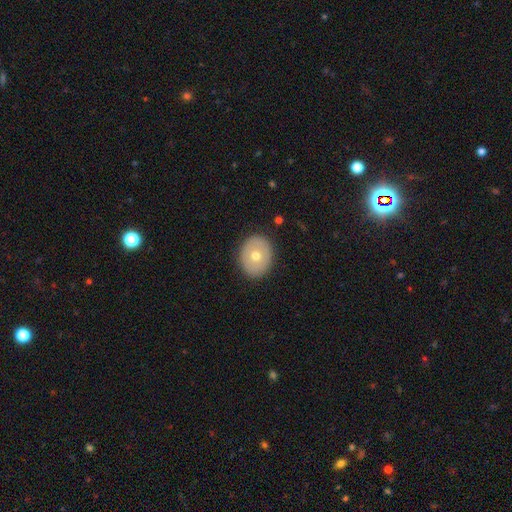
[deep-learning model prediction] Smooth or featured? Predicted: smooth (p=0.63). How rounded? Predicted: round (p=0.50). Merging? Predicted: none (p=0.89).